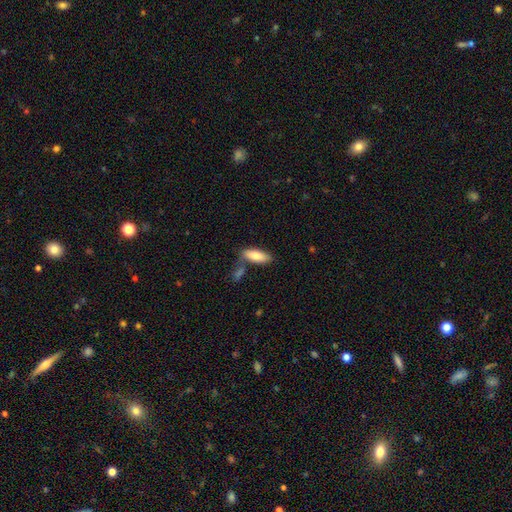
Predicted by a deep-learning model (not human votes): smooth-or-featured: smooth: 80% | featured or disk: 14% | star or artifact: 6%
  how-rounded: in between: 71% | cigar-shaped: 27% | round: 2%
  merging: none: 70% | minor disturbance: 14% | merger: 13% | major disturbance: 3%